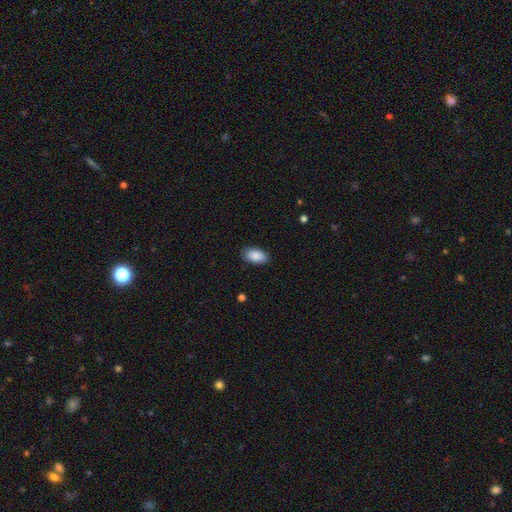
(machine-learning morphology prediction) Smooth or featured? Predicted: smooth (p=0.89). How rounded? Predicted: in between (p=0.94). Merging? Predicted: none (p=0.87).